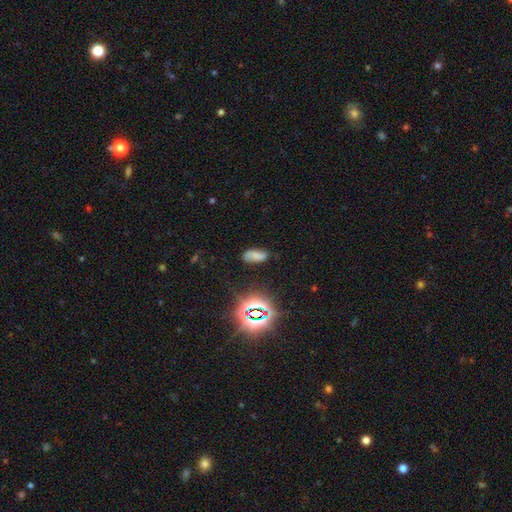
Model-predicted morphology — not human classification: type=smooth (56%); roundness=in between (88%); merging=none (72%).